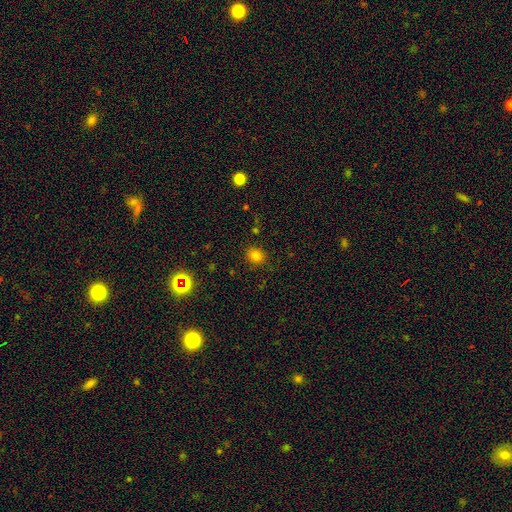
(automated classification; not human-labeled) Q: Smooth or featured?
A: smooth (79%); runner-up: star or artifact (15%)
Q: How rounded?
A: round (76%); runner-up: in between (23%)
Q: Merging?
A: none (87%); runner-up: minor disturbance (9%)